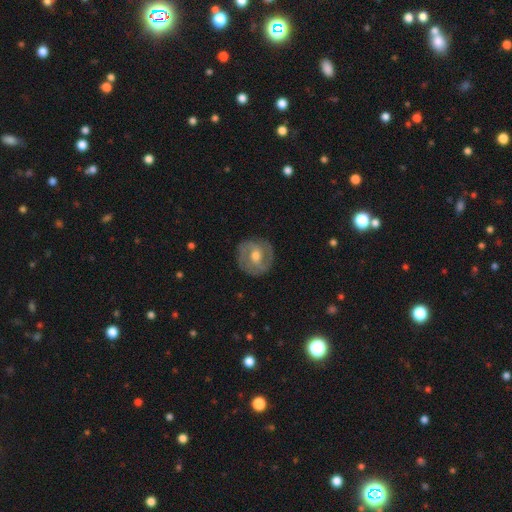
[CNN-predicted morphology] A featured or disk galaxy (67%) with a weak bar (45%), 2 (62%) tight (49%) spiral arms (78%) and a moderate central bulge (74%). Merging: none (83%).